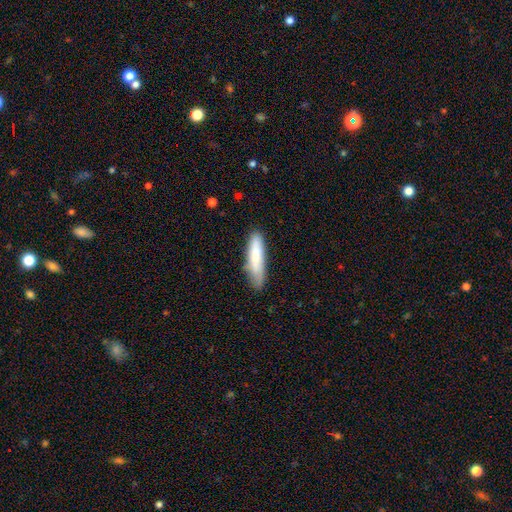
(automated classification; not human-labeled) Smooth or featured: smooth — 79% (featured or disk — 15%)
How rounded: cigar-shaped — 76% (in between — 23%)
Merging: none — 75% (minor disturbance — 20%)